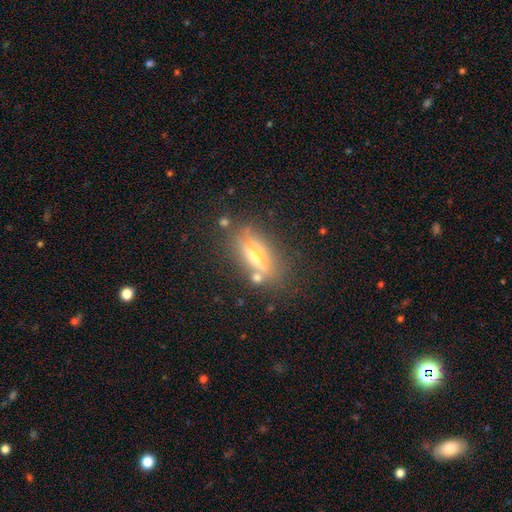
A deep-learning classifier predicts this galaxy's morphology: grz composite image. It shows a smooth galaxy with no disk features (59%) that is in between round and cigar-shaped (78%). Merging: none (67%).